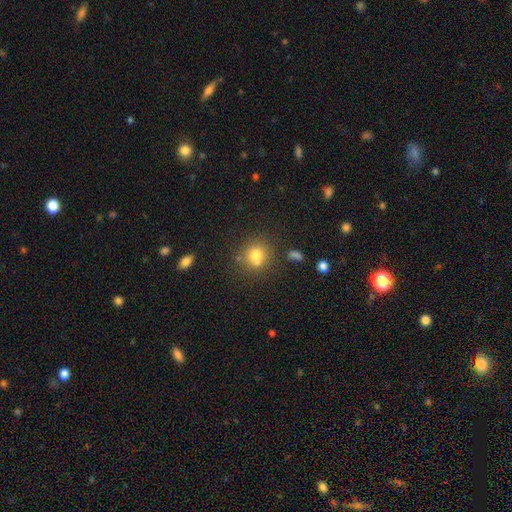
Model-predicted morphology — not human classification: This is likely a smooth galaxy (73%). How rounded: clearly round (81%). Merging: possibly none (56%).